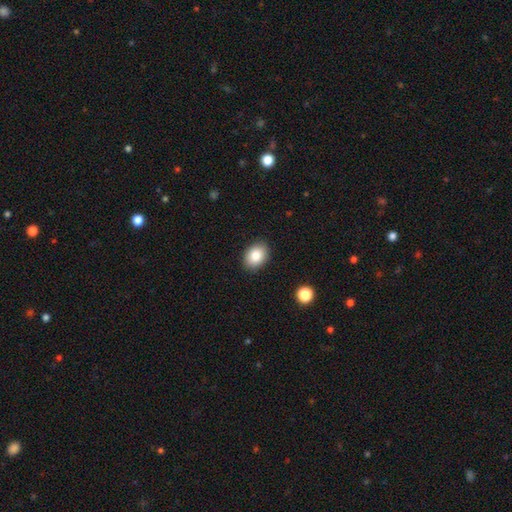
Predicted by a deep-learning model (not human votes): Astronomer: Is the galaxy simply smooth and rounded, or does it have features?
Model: smooth — 84%.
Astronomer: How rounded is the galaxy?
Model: in between — 73%.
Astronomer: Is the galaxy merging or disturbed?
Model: none — 89%.